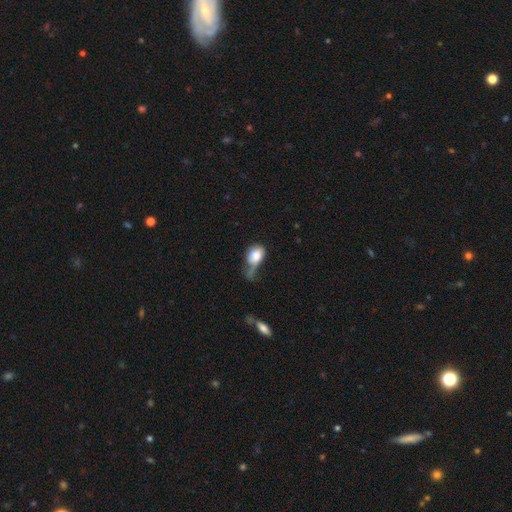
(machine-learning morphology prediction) type=smooth (75%); roundness=in between (63%); merging=major disturbance (39%).